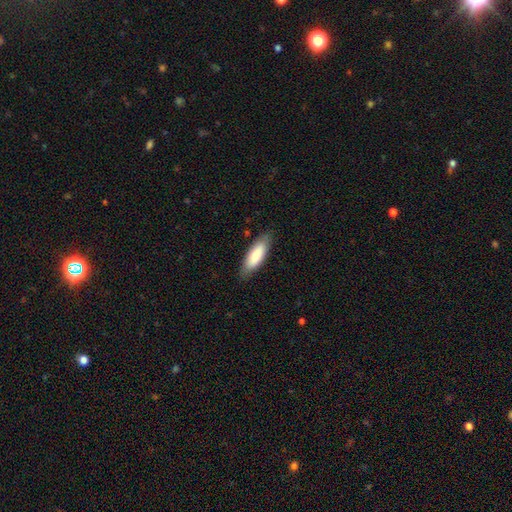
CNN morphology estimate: Q: Smooth or featured?
A: smooth (79%); runner-up: featured or disk (15%)
Q: How rounded?
A: in between (62%); runner-up: cigar-shaped (36%)
Q: Merging?
A: none (84%); runner-up: minor disturbance (13%)